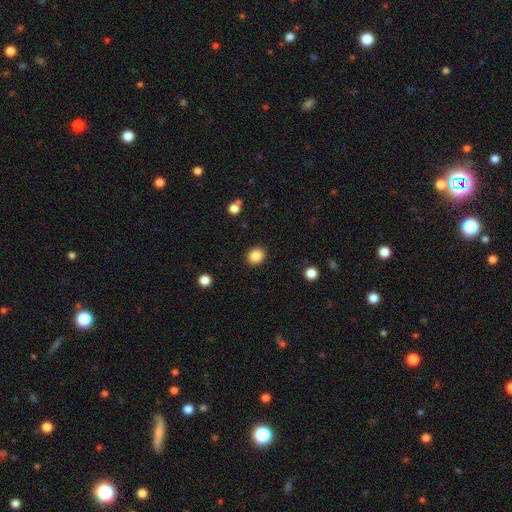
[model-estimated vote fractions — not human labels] smooth_or_featured: smooth (p=0.87) [alt: star or artifact p=0.10]
how_rounded: round (p=0.73) [alt: in between p=0.26]
merging: none (p=0.90) [alt: minor disturbance p=0.06]